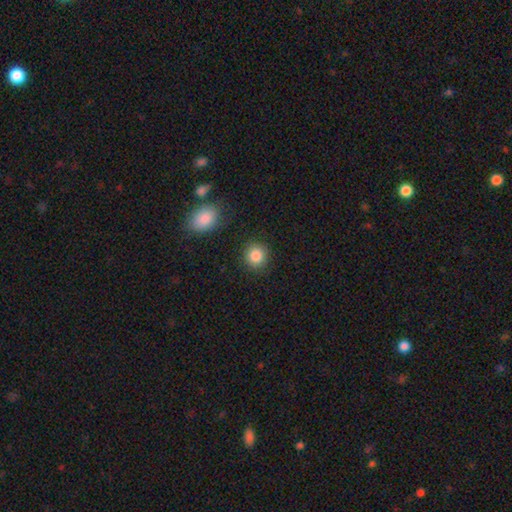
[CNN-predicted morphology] A smooth galaxy with no disk features (87%) that is round (88%). Merging: none (88%).